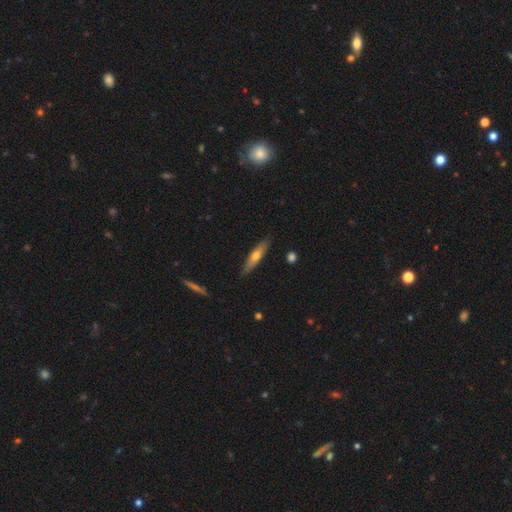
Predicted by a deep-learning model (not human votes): A smooth galaxy with no disk features (53%) that is cigar-shaped (80%).

Vote fractions:
- Smooth or featured? smooth: 53% / featured or disk: 41% / star or artifact: 6%
- How rounded? cigar-shaped: 80% / in between: 18% / round: 2%
- Merging? none: 87% / minor disturbance: 10% / major disturbance: 2% / merger: 1%